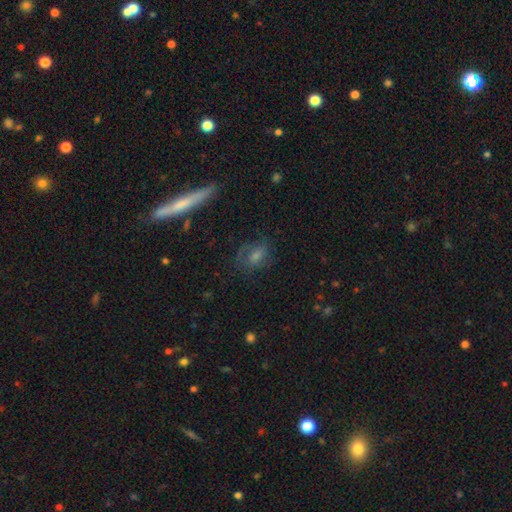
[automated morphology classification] Smooth or featured: featured or disk — 50% (smooth — 35%)
Edge-on disk: no — 81% (yes — 19%)
Merging: none — 72% (minor disturbance — 17%)